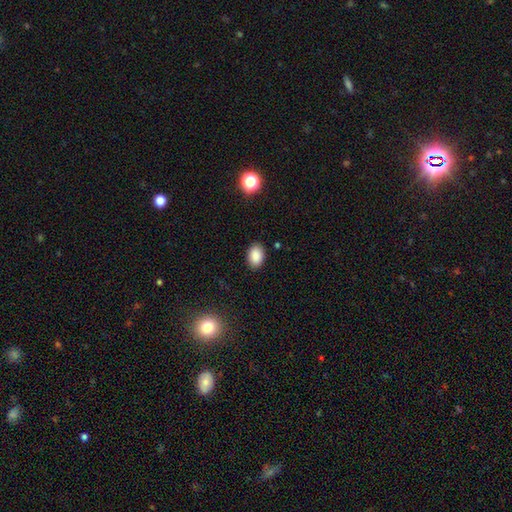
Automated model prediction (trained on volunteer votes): A smooth galaxy with no disk features (87%) that is in between round and cigar-shaped (84%).

Vote fractions:
- Smooth or featured? smooth: 87% / star or artifact: 9% / featured or disk: 4%
- How rounded? in between: 84% / round: 15% / cigar-shaped: 1%
- Merging? none: 87% / minor disturbance: 9% / major disturbance: 2% / merger: 1%